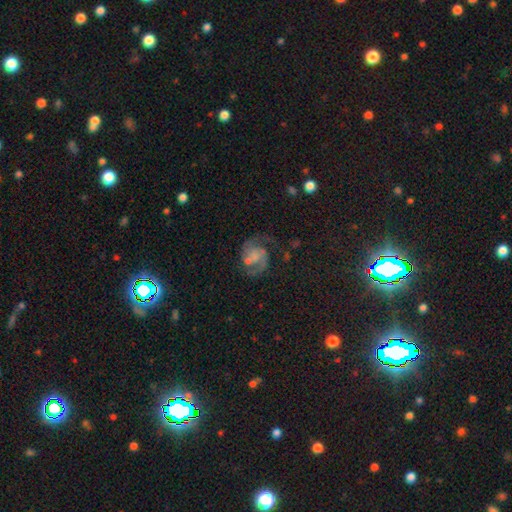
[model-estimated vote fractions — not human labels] A featured or disk galaxy (79%) with no bar (56%), 2 (87%) medium (56%) spiral arms (95%) and a small central bulge (38%).

Vote fractions:
- Smooth or featured? featured or disk: 79% / star or artifact: 11% / smooth: 11%
- Edge-on disk? no: 98% / yes: 2%
- Bar? no: 56% / weak: 36% / strong: 8%
- Spiral arms? yes: 95% / no: 5%
- Spiral winding? medium: 56% / tight: 24% / loose: 20%
- Spiral arm count? 2: 87% / can't tell: 5% / 1: 3% / 3: 3% / 4: 1% / more than 4: 1%
- Bulge size? small: 38% / none: 33% / moderate: 22% / large: 6% / dominant: 2%
- Merging? none: 65% / minor disturbance: 17% / major disturbance: 14% / merger: 4%